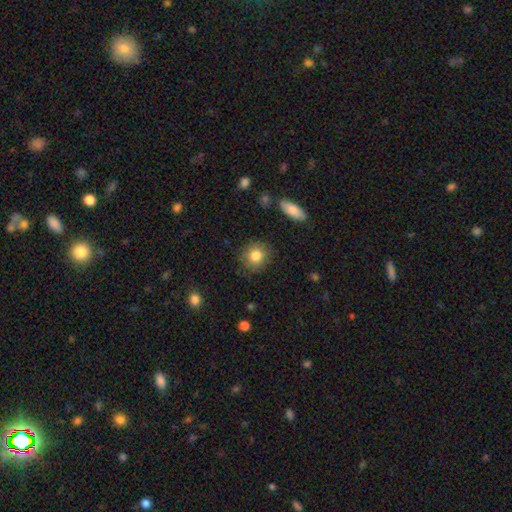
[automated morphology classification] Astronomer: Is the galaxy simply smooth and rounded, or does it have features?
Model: smooth — 84%.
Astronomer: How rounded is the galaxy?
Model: round — 87%.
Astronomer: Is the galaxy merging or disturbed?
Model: none — 85%.